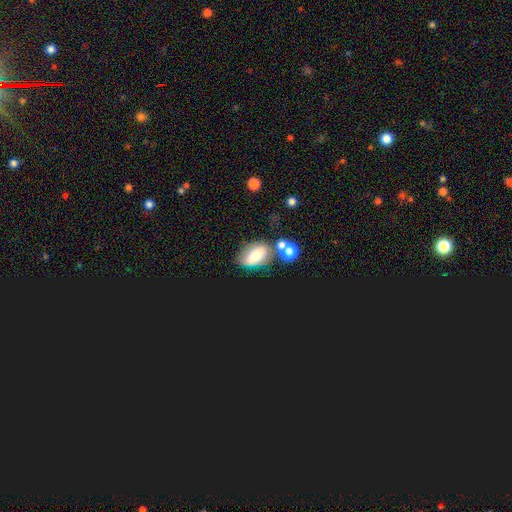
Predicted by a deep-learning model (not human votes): smooth-or-featured: smooth: 57% | featured or disk: 25% | star or artifact: 18%
  how-rounded: in between: 81% | round: 15% | cigar-shaped: 3%
  merging: none: 51% | merger: 22% | minor disturbance: 18% | major disturbance: 9%